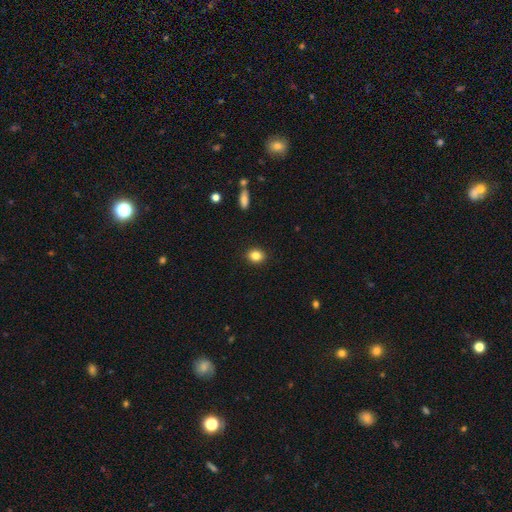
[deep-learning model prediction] smooth-or-featured: smooth: 84% | star or artifact: 10% | featured or disk: 6%
  how-rounded: round: 63% | in between: 35% | cigar-shaped: 1%
  merging: none: 91% | minor disturbance: 6% | major disturbance: 2% | merger: 1%